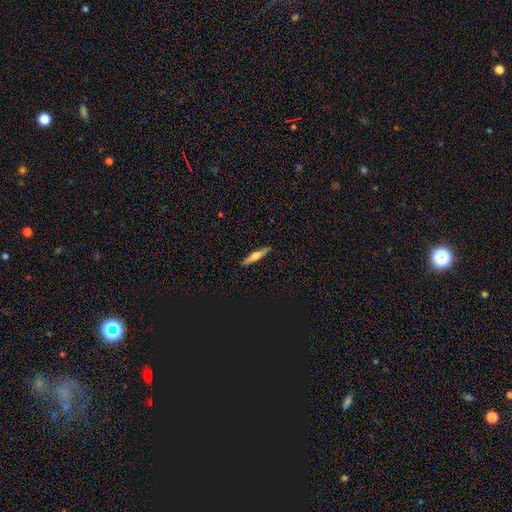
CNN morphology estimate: type=smooth (47%); merging=none (89%).